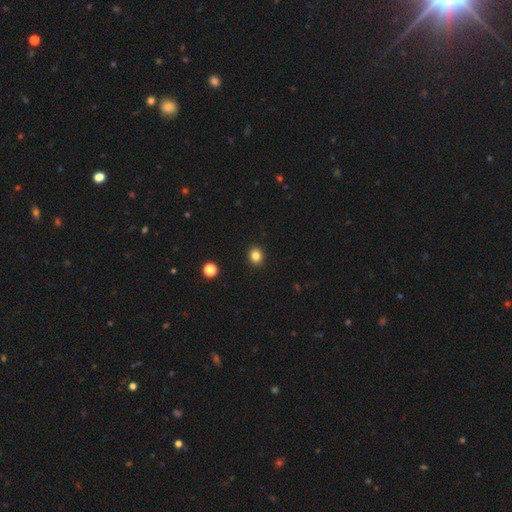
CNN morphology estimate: This appears to be a smooth galaxy with no disk features (84%) that is round (75%). Merging: none (92%).